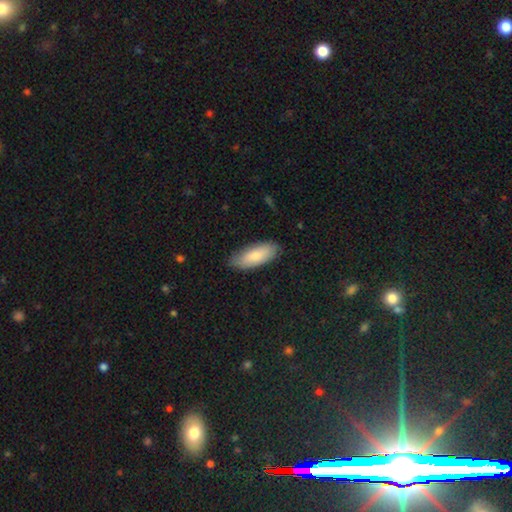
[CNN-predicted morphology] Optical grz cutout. It shows a smooth galaxy with no disk features (82%) that is in between round and cigar-shaped (75%). Merging: none (83%).